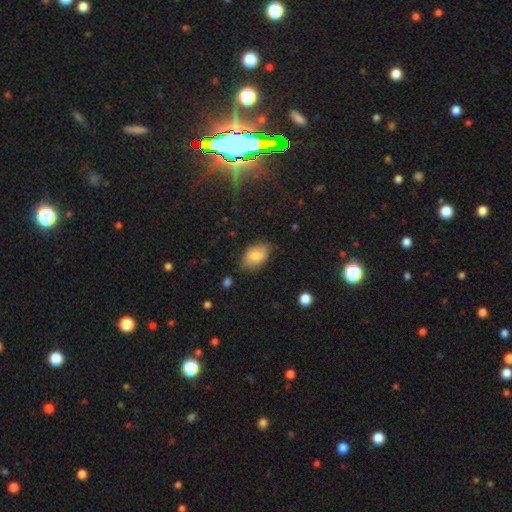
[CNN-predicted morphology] This is likely a smooth galaxy (79%). How rounded: clearly in between (90%). Merging: likely none (77%).